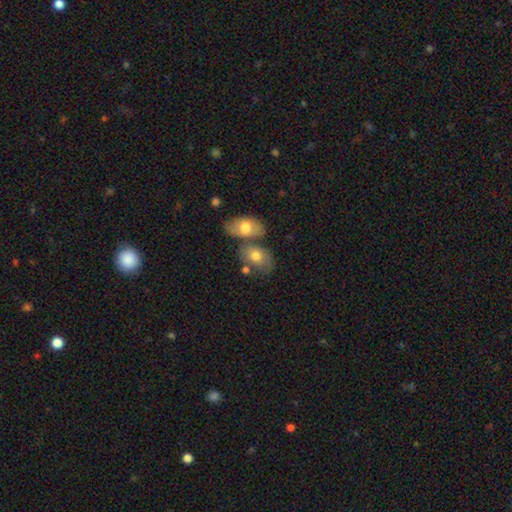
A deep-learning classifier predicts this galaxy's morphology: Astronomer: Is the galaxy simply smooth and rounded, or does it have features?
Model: smooth — 72%.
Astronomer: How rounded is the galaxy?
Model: in between — 84%.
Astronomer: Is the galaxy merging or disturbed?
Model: none — 44% (runner-up: merger, 38%).